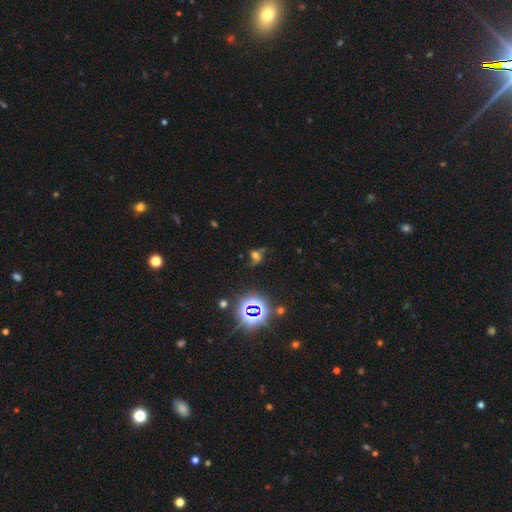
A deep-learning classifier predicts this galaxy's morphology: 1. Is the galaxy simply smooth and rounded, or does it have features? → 43% star or artifact, 32% smooth, 25% featured or disk.